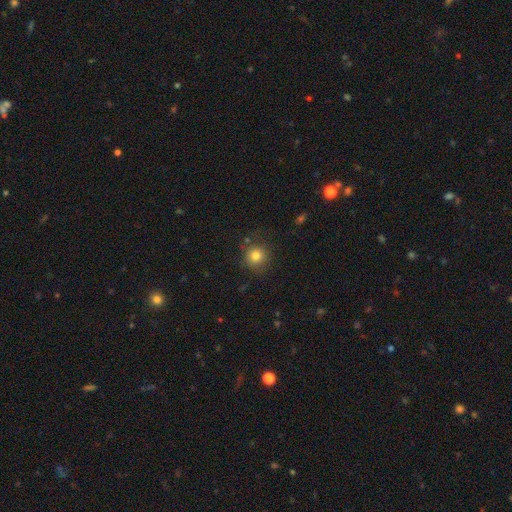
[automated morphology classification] A smooth galaxy with no disk features (80%) that is round (92%). Merging: none (81%).